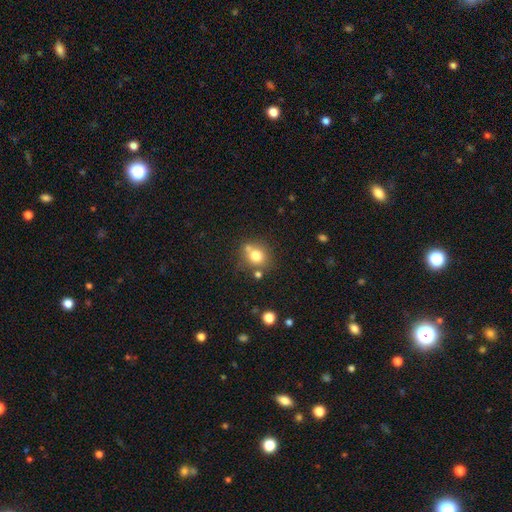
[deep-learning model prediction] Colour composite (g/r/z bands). It shows a smooth galaxy with no disk features (75%) that is round (77%). Merging: none (59%).